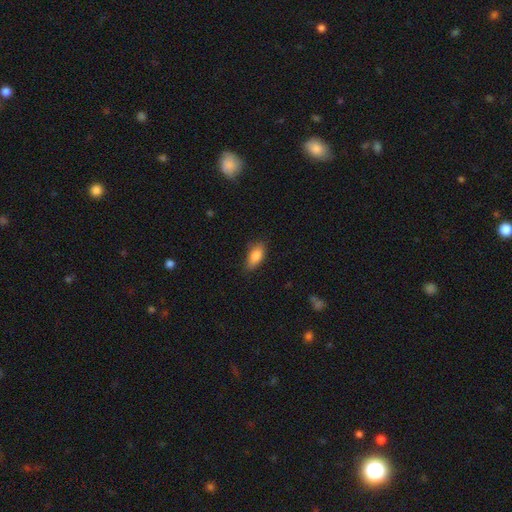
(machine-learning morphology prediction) This appears to be a smooth galaxy with no disk features (83%) that is in between round and cigar-shaped (86%). Merging: none (77%).